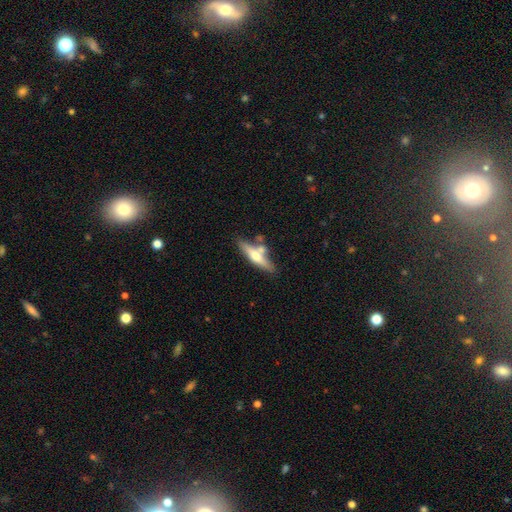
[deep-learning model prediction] Q: Smooth or featured?
A: featured or disk (50%); runner-up: smooth (44%)
Q: Edge-on disk?
A: yes (89%); runner-up: no (11%)
Q: Merging?
A: none (62%); runner-up: merger (20%)